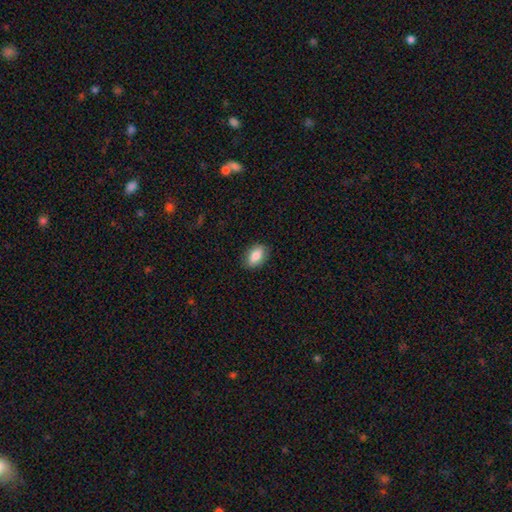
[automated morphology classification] Smooth or featured?
  - smooth: 82% *
  - featured or disk: 11%
  - star or artifact: 7%
How rounded?
  - in between: 88% *
  - round: 9%
  - cigar-shaped: 3%
Merging?
  - none: 86% *
  - minor disturbance: 11%
  - major disturbance: 2%
  - merger: 1%